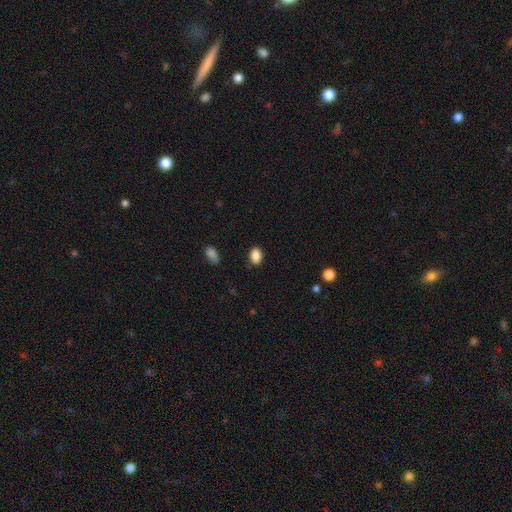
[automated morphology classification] Smooth or featured? Predicted: smooth (p=0.88). How rounded? Predicted: in between (p=0.74). Merging? Predicted: none (p=0.85).